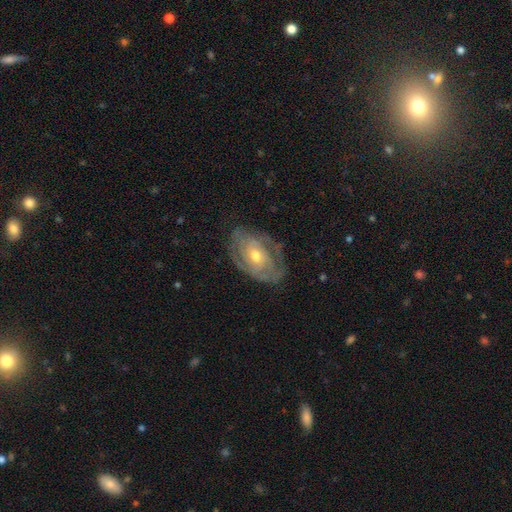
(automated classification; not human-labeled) The model was most divided on "spiral arm count": can't tell: 44%, 2: 27%, 3: 15%, 4: 6%, 1: 5%, more than 4: 4%. More confident: edge-on disk — no (95%); spiral arms — yes (85%); smooth or featured — featured or disk (79%); merging — none (70%); bar — no (69%); spiral winding — tight (63%); bulge size — moderate (60%).